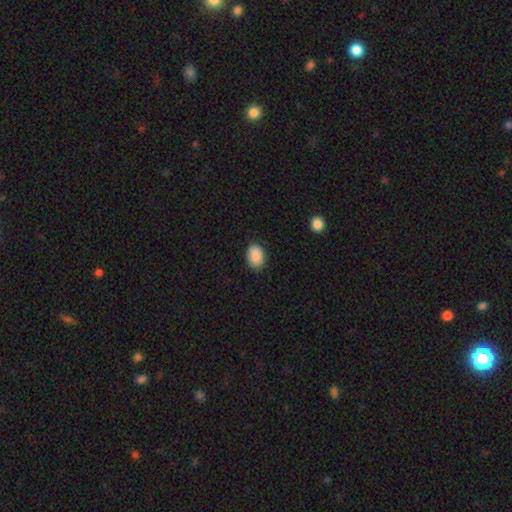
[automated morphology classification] smooth_or_featured: smooth (p=0.90) [alt: star or artifact p=0.07]
how_rounded: in between (p=0.79) [alt: round p=0.20]
merging: none (p=0.87) [alt: minor disturbance p=0.09]